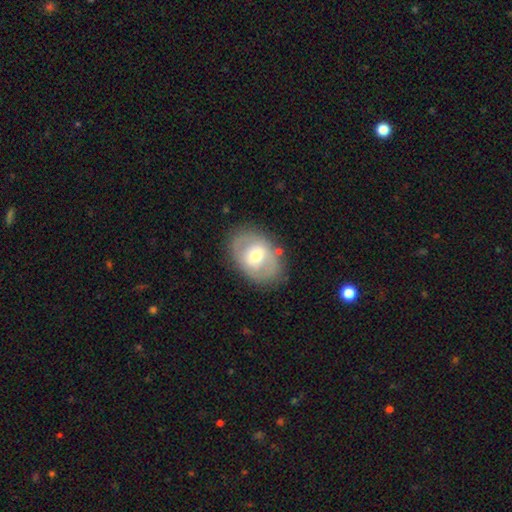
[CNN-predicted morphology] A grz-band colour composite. It shows a featured or disk galaxy (50%). Merging: none (79%).